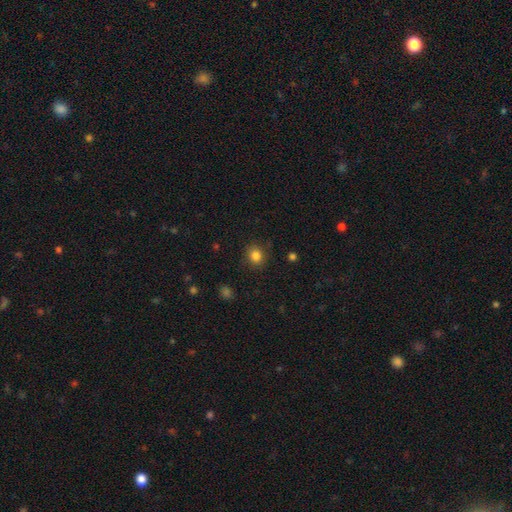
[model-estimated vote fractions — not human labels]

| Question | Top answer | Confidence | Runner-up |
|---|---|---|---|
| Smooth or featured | smooth | 84% | star or artifact (11%) |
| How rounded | round | 74% | in between (25%) |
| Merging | none | 87% | minor disturbance (9%) |